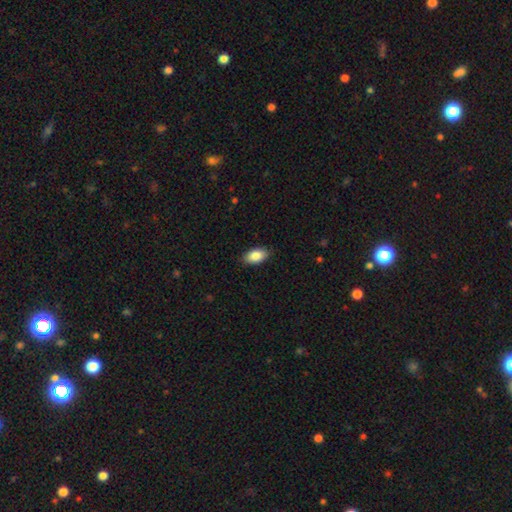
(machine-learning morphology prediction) Smooth or featured? Predicted: smooth (p=0.86). How rounded? Predicted: in between (p=0.93). Merging? Predicted: none (p=0.87).